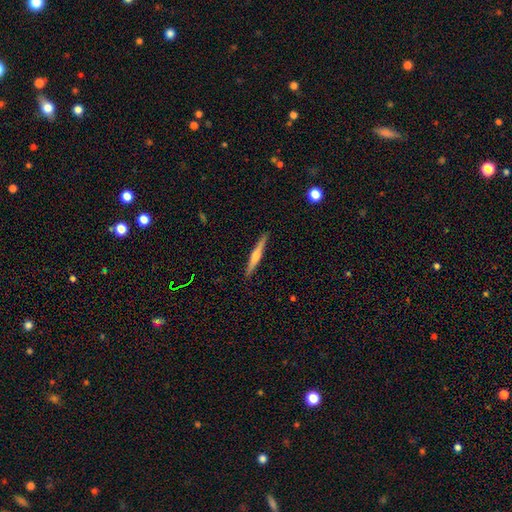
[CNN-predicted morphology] type=featured or disk (65%); edge-on=yes (98%); edge-on bulge=rounded (70%); merging=none (91%).